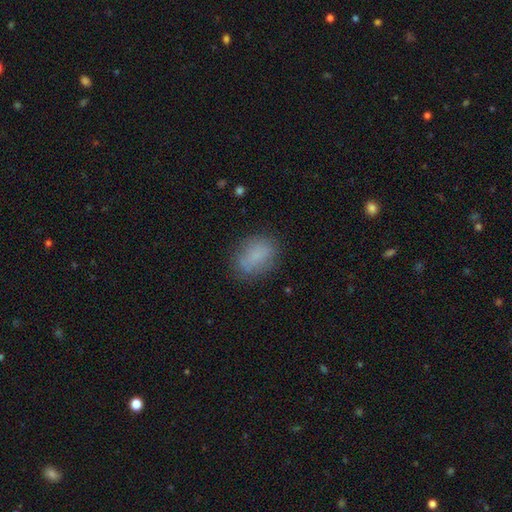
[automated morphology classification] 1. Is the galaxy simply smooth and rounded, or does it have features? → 80% smooth, 10% featured or disk, 9% star or artifact.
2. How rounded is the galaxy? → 79% in between, 19% round, 2% cigar-shaped.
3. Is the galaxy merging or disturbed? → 75% none, 17% minor disturbance, 5% major disturbance, 2% merger.